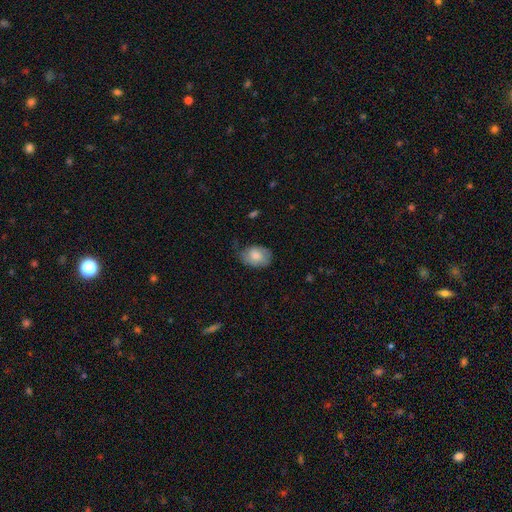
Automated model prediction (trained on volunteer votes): This appears to be a smooth galaxy with no disk features (69%) that is in between round and cigar-shaped (74%). Merging: none (54%).